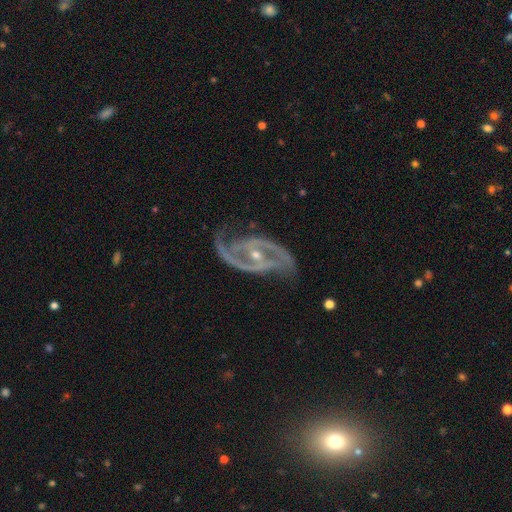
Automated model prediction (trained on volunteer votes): Smooth or featured? featured or disk (92%)
Edge-on disk? no (97%)
Bar? strong (38%)
Spiral arms? yes (98%)
Spiral winding? medium (54%)
Spiral arm count? 2 (90%)
Bulge size? small (65%)
Merging? none (68%)